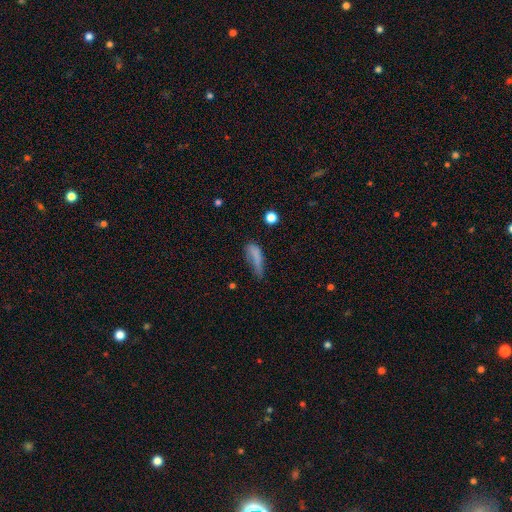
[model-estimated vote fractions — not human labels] smooth 70%, featured or disk 18%, star or artifact 12%. Down the decision tree: how rounded — in between (53%); merging — minor disturbance (33%).